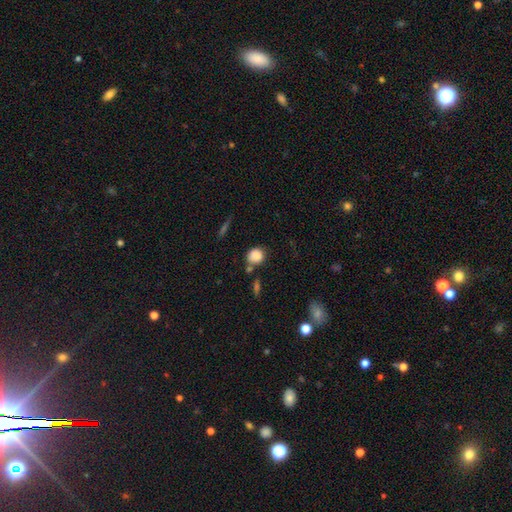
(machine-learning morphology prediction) Smooth or featured?
  - smooth: 85% *
  - star or artifact: 9%
  - featured or disk: 6%
How rounded?
  - round: 79% *
  - in between: 19%
  - cigar-shaped: 2%
Merging?
  - none: 64% *
  - minor disturbance: 16%
  - merger: 15%
  - major disturbance: 5%